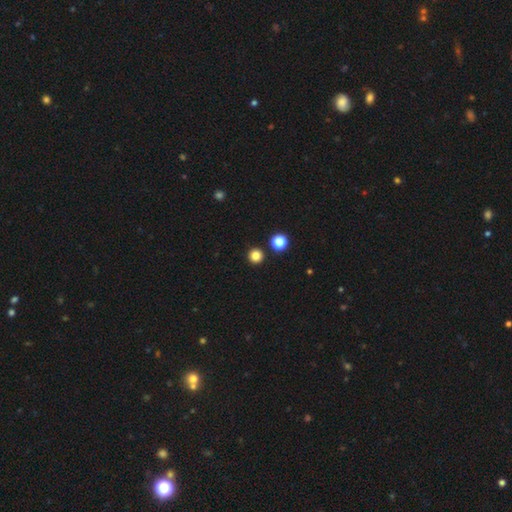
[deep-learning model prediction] Smooth or featured? smooth (83%)
How rounded? round (96%)
Merging? none (92%)